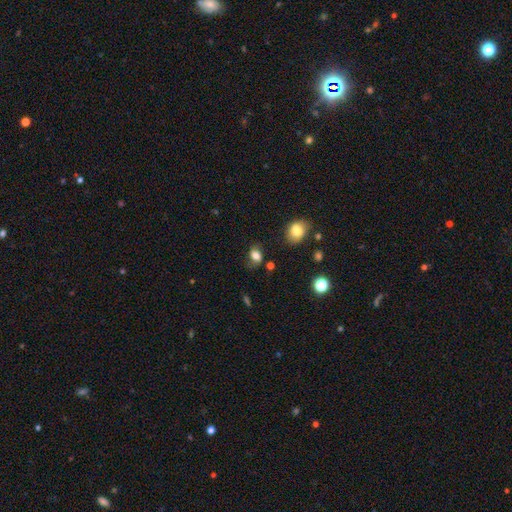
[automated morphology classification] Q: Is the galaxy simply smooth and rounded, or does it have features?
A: smooth — 76%.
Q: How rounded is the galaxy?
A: in between — 69%.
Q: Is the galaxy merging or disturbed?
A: none — 60%.